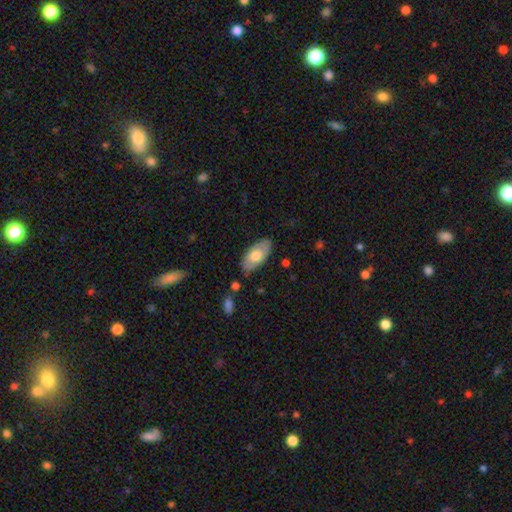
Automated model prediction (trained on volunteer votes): Morphology: type=smooth (67%); roundness=in between (94%); merging=none (82%).